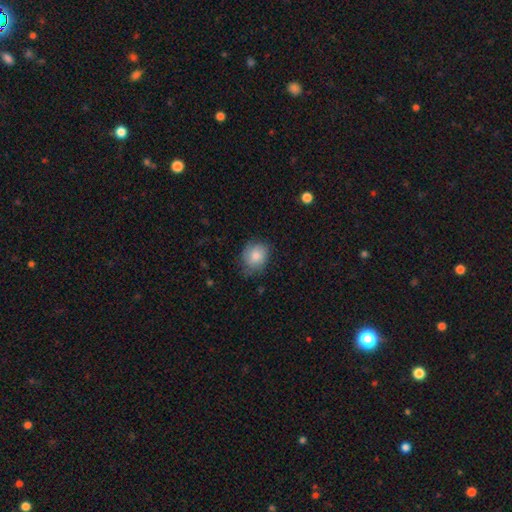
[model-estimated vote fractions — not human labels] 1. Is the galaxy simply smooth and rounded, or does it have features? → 79% smooth, 13% featured or disk, 8% star or artifact.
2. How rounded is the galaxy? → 59% round, 40% in between, 1% cigar-shaped.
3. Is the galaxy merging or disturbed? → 66% none, 27% minor disturbance, 6% major disturbance, 1% merger.